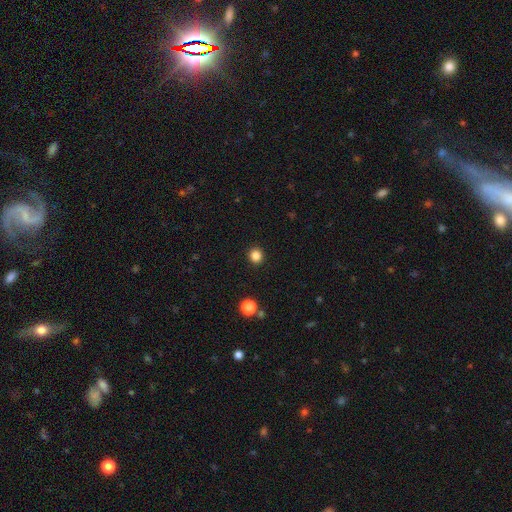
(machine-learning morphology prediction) smooth_or_featured: smooth (p=0.84) [alt: star or artifact p=0.12]
how_rounded: round (p=0.90) [alt: in between p=0.09]
merging: none (p=0.93) [alt: minor disturbance p=0.05]